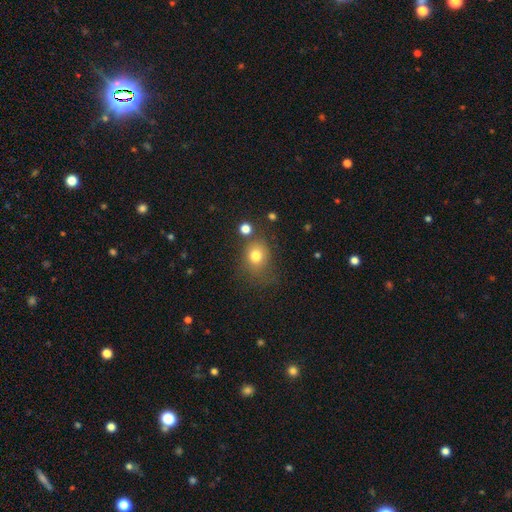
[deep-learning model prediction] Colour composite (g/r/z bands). It shows a smooth galaxy with no disk features (77%) that is round (63%). Merging: none (58%).